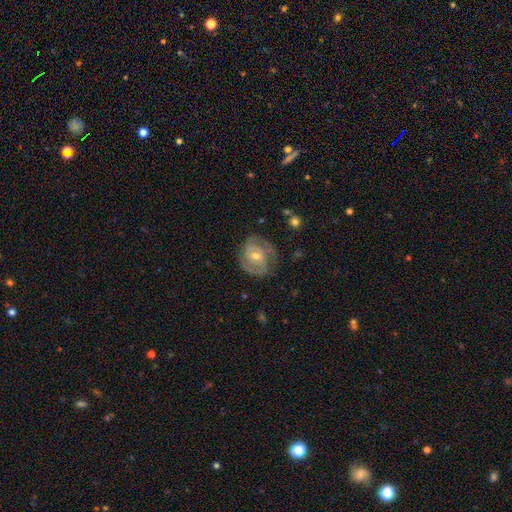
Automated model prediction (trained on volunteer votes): smooth_or_featured: featured or disk (p=0.79) [alt: smooth p=0.15]
disk_edge_on: no (p=0.97) [alt: yes p=0.03]
bar: no (p=0.55) [alt: weak p=0.35]
has_spiral_arms: yes (p=0.90) [alt: no p=0.10]
spiral_winding: tight (p=0.52) [alt: medium p=0.37]
spiral_arm_count: 2 (p=0.67) [alt: can't tell p=0.16]
bulge_size: moderate (p=0.57) [alt: small p=0.38]
merging: none (p=0.73) [alt: minor disturbance p=0.18]